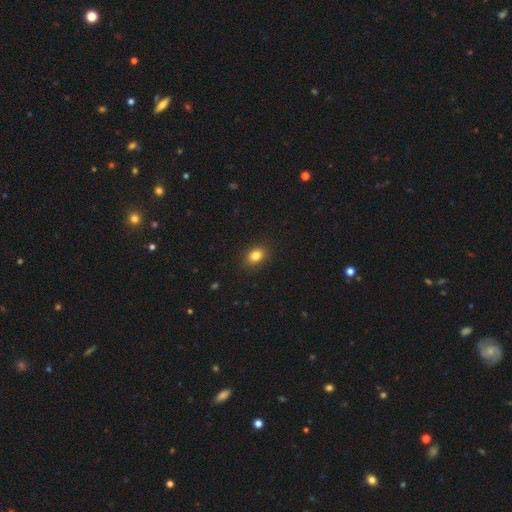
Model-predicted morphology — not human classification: Q: Smooth or featured?
A: smooth (82%); runner-up: star or artifact (11%)
Q: How rounded?
A: in between (67%); runner-up: round (31%)
Q: Merging?
A: none (88%); runner-up: minor disturbance (9%)